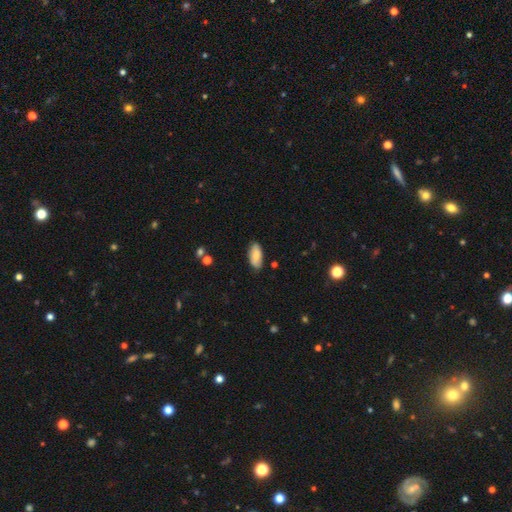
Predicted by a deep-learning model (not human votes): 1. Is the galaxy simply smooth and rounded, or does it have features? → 81% smooth, 12% featured or disk, 7% star or artifact.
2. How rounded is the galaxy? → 90% in between, 7% cigar-shaped, 2% round.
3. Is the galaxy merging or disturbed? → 81% none, 15% minor disturbance, 3% major disturbance, 2% merger.